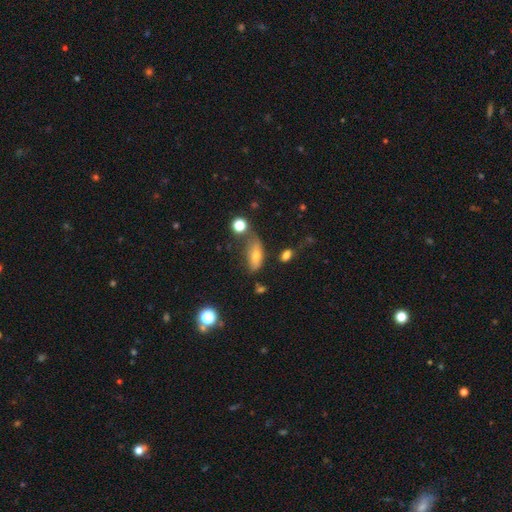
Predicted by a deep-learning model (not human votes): Smooth or featured? Predicted: smooth (p=0.66). How rounded? Predicted: in between (p=0.75). Merging? Predicted: none (p=0.45).